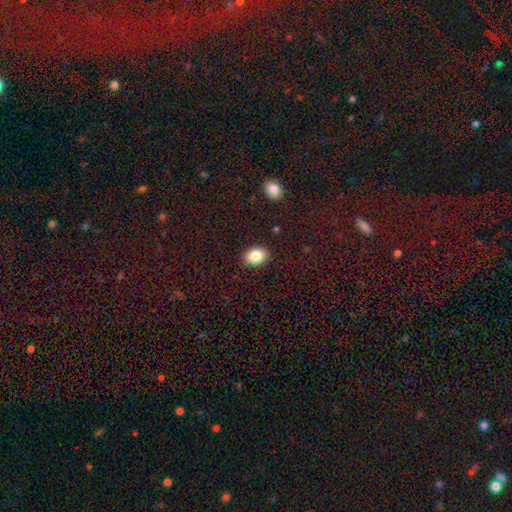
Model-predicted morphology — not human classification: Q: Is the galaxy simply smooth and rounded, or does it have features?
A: smooth — 85%.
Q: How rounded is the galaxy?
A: in between — 77%.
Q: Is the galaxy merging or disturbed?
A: none — 89%.